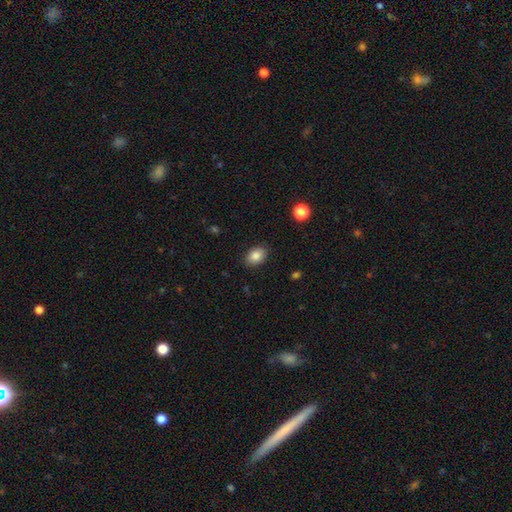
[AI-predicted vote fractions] This appears to be a smooth galaxy with no disk features (86%) that is in between round and cigar-shaped (75%). Merging: none (86%).